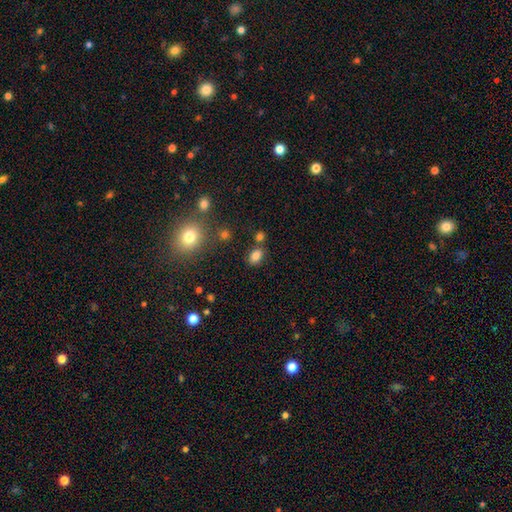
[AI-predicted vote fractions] Smooth or featured? Predicted: smooth (p=0.81). How rounded? Predicted: in between (p=0.76). Merging? Predicted: none (p=0.74).